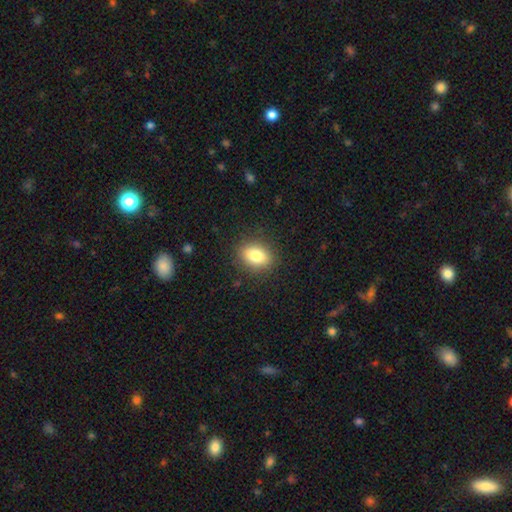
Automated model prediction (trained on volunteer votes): smooth-or-featured: smooth: 82% | featured or disk: 9% | star or artifact: 9%
  how-rounded: in between: 76% | round: 21% | cigar-shaped: 2%
  merging: none: 87% | minor disturbance: 9% | major disturbance: 3% | merger: 1%